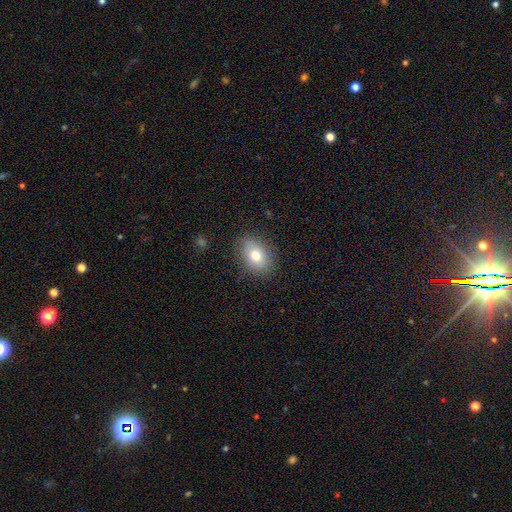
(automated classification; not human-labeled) smooth 77%, featured or disk 14%, star or artifact 10%. Down the decision tree: how rounded — in between (72%); merging — none (84%).